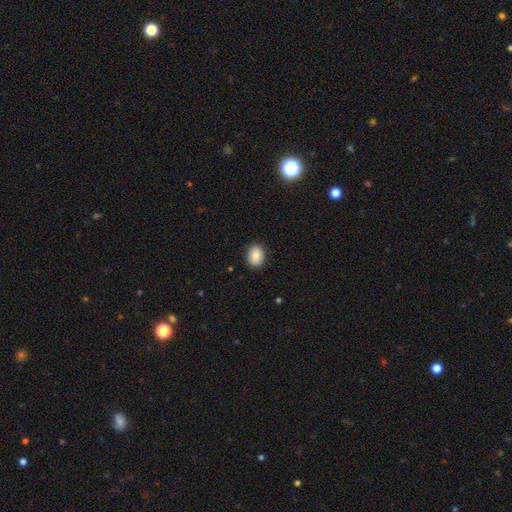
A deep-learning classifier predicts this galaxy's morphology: Smooth or featured? Predicted: smooth (p=0.83). How rounded? Predicted: in between (p=0.58). Merging? Predicted: none (p=0.88).